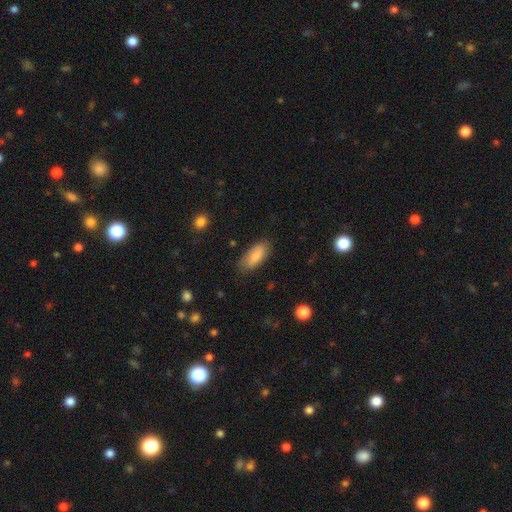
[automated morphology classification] Q: Smooth or featured?
A: smooth (80%); runner-up: featured or disk (14%)
Q: How rounded?
A: in between (82%); runner-up: cigar-shaped (16%)
Q: Merging?
A: none (80%); runner-up: minor disturbance (15%)